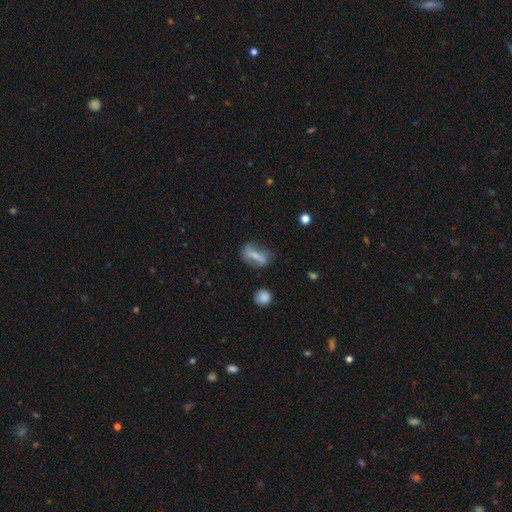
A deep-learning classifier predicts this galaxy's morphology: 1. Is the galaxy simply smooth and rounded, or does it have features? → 45% smooth, 44% featured or disk, 11% star or artifact.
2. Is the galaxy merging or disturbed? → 53% none, 24% minor disturbance, 17% major disturbance, 6% merger.